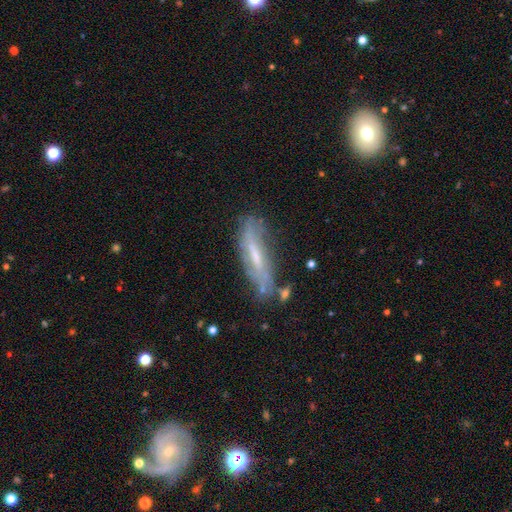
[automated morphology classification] smooth-or-featured: featured or disk: 63% | smooth: 28% | star or artifact: 9%
  disk-edge-on: no: 56% | yes: 44%
  merging: none: 65% | minor disturbance: 22% | major disturbance: 8% | merger: 5%